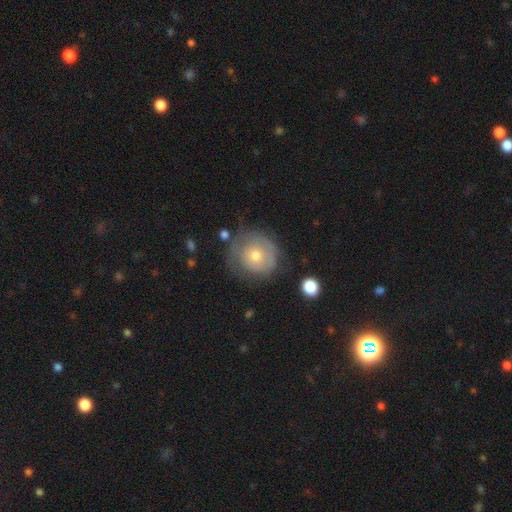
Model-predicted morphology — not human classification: A smooth galaxy with no disk features (49%). Merging: none (67%).